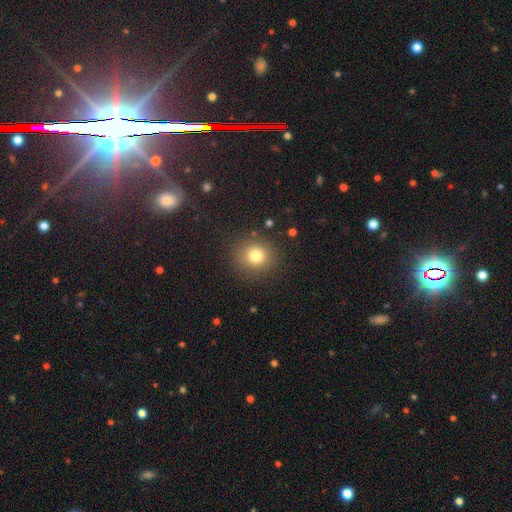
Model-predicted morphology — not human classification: smooth 78%, star or artifact 14%, featured or disk 8%. Down the decision tree: how rounded — round (87%); merging — none (87%).